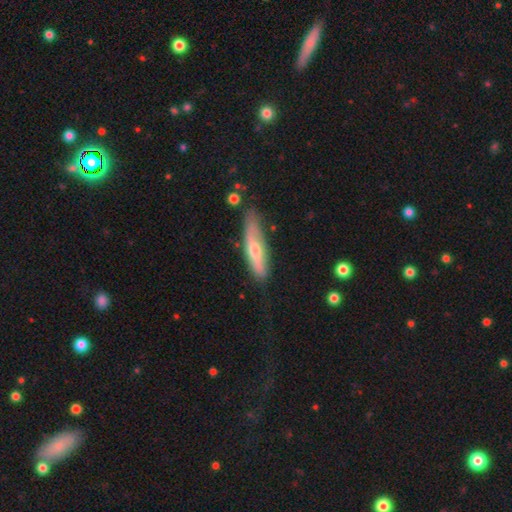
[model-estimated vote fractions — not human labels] A smooth galaxy with no disk features (54%) that is cigar-shaped (73%).

Vote fractions:
- Smooth or featured? smooth: 54% / featured or disk: 41% / star or artifact: 5%
- How rounded? cigar-shaped: 73% / in between: 25% / round: 2%
- Merging? none: 65% / minor disturbance: 25% / major disturbance: 6% / merger: 3%